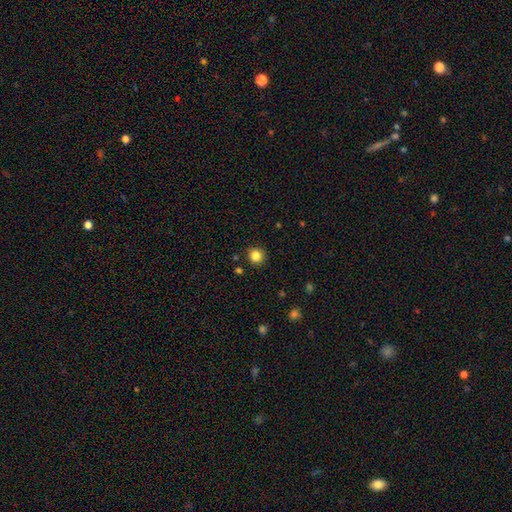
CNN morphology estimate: The model was most divided on "smooth or featured": smooth: 83%, star or artifact: 12%, featured or disk: 5%. More confident: how rounded — round (92%); merging — none (91%).